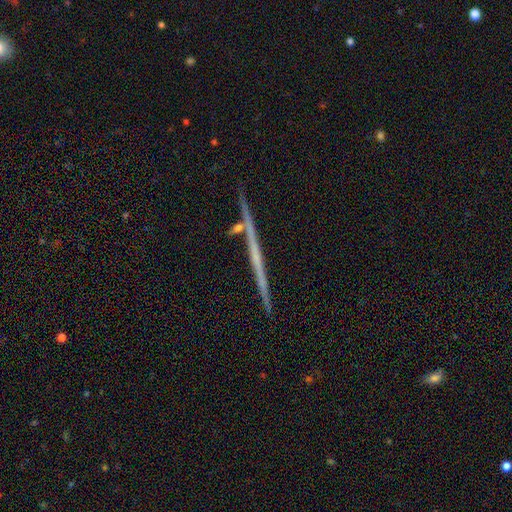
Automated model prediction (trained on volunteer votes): This appears to be a featured or disk galaxy (68%) viewed edge-on (98%) with no central bulge (78%). Merging: none (88%).